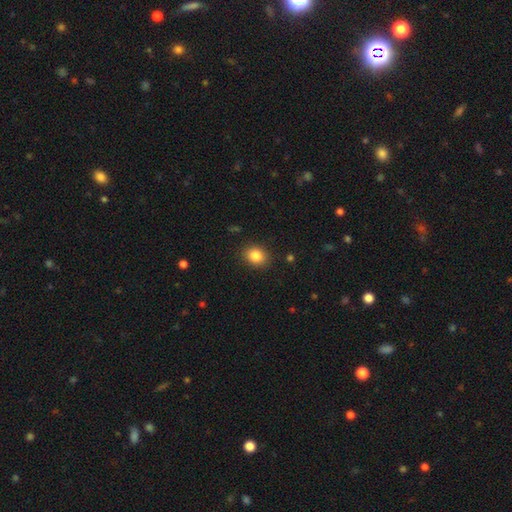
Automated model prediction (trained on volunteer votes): smooth-or-featured: smooth: 84% | star or artifact: 10% | featured or disk: 6%
  how-rounded: round: 60% | in between: 39% | cigar-shaped: 1%
  merging: none: 89% | minor disturbance: 8% | major disturbance: 2% | merger: 1%